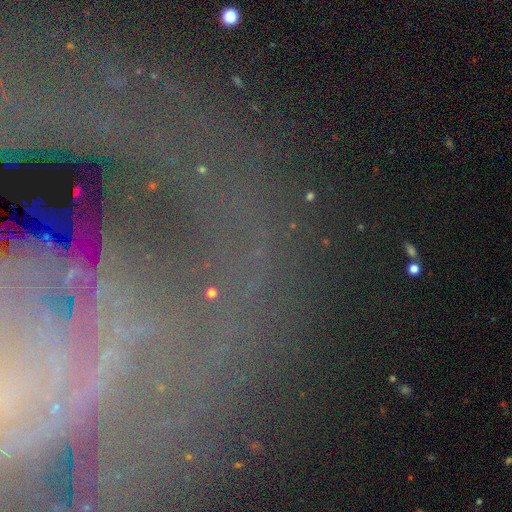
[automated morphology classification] smooth-or-featured: featured or disk: 44% | star or artifact: 40% | smooth: 16%
  merging: none: 66% | major disturbance: 13% | minor disturbance: 13% | merger: 7%